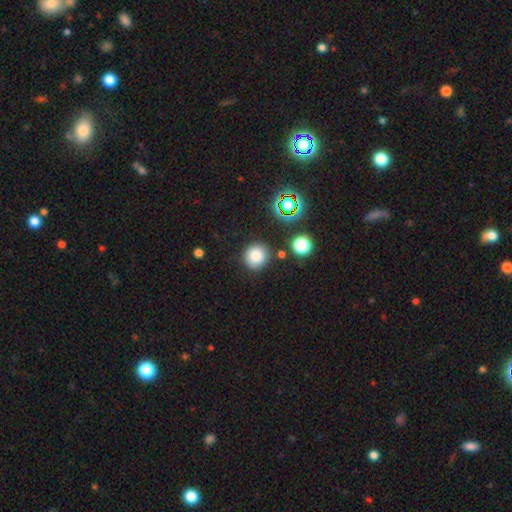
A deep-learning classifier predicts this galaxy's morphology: Smooth or featured: smooth — 80% (star or artifact — 14%)
How rounded: round — 90% (in between — 9%)
Merging: none — 84% (minor disturbance — 10%)